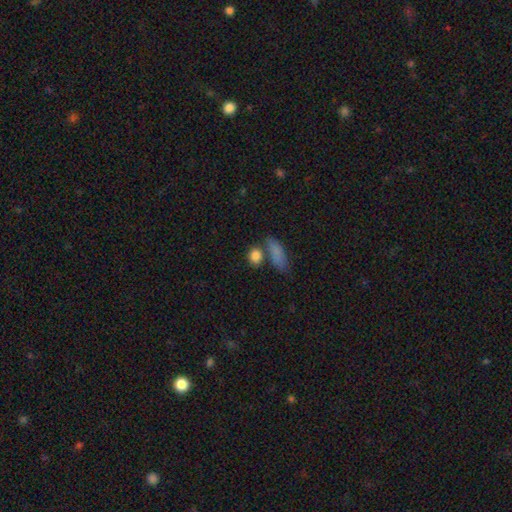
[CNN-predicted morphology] Smooth or featured: smooth — 84% (star or artifact — 9%)
How rounded: round — 48% (in between — 46%)
Merging: none — 63% (merger — 20%)